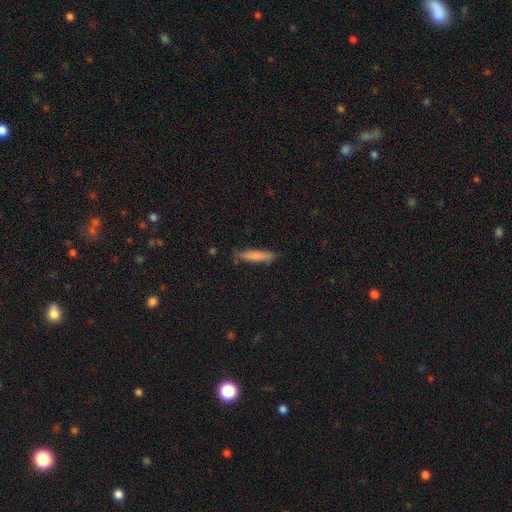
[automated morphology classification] type=smooth (79%); roundness=cigar-shaped (83%); merging=none (76%).